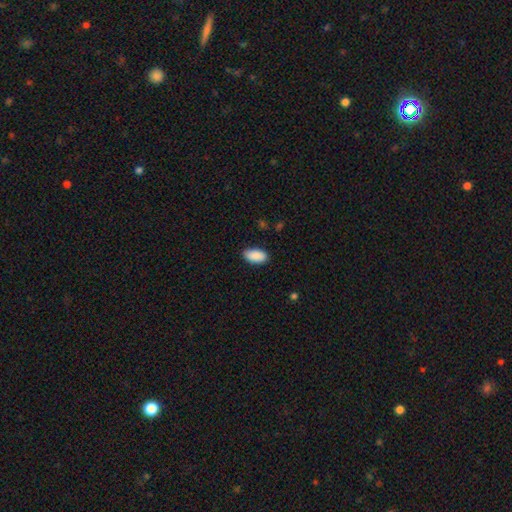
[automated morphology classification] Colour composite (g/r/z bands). It shows a smooth galaxy with no disk features (90%) that is in between round and cigar-shaped (94%). Merging: none (85%).